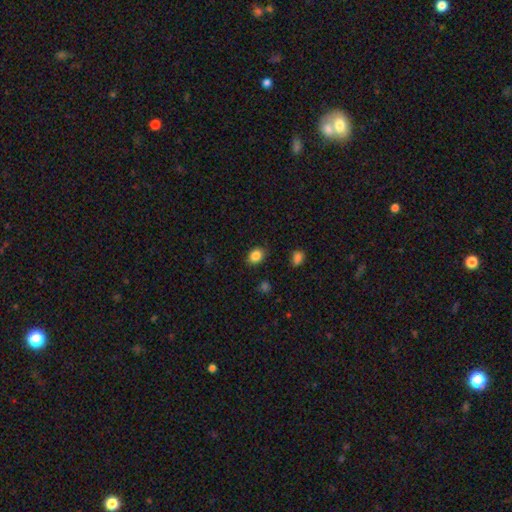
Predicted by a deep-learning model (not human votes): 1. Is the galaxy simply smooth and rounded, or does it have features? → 85% smooth, 10% star or artifact, 5% featured or disk.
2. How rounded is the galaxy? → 61% in between, 38% round, 1% cigar-shaped.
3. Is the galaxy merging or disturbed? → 85% none, 11% minor disturbance, 3% major disturbance, 1% merger.